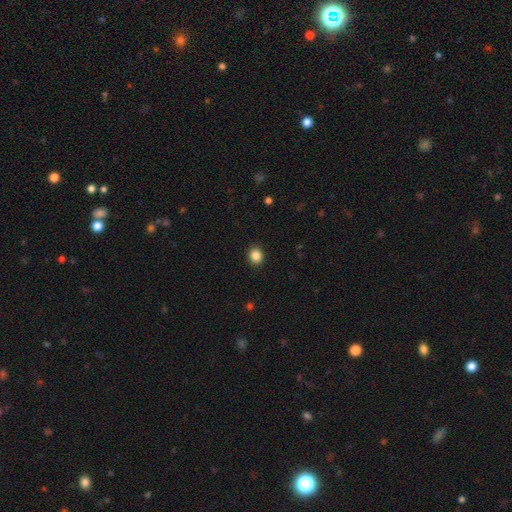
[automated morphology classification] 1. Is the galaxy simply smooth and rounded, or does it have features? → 86% smooth, 10% star or artifact, 4% featured or disk.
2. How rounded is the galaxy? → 70% round, 29% in between, 1% cigar-shaped.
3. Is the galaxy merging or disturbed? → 91% none, 6% minor disturbance, 2% major disturbance, 1% merger.